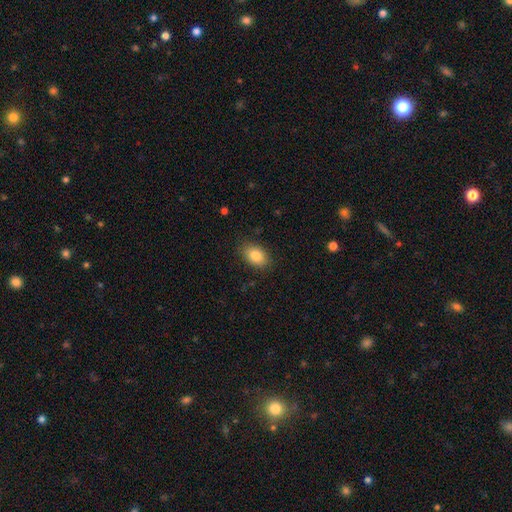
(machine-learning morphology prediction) This is clearly a smooth galaxy (84%). How rounded: clearly in between (84%). Merging: clearly none (85%).